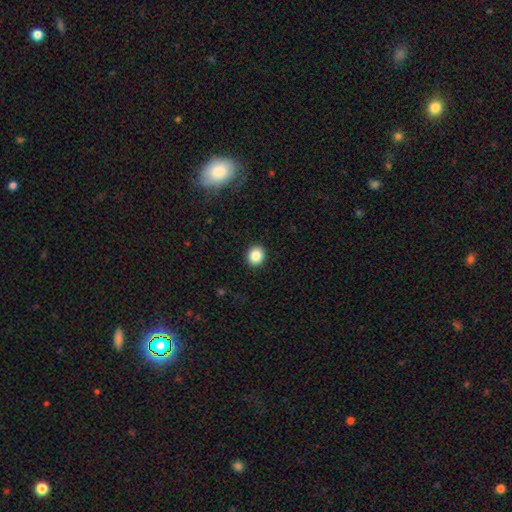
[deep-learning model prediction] A smooth galaxy with no disk features (86%) that is round (78%).

Vote fractions:
- Smooth or featured? smooth: 86% / star or artifact: 10% / featured or disk: 4%
- How rounded? round: 78% / in between: 21% / cigar-shaped: 1%
- Merging? none: 92% / minor disturbance: 5% / major disturbance: 2% / merger: 1%